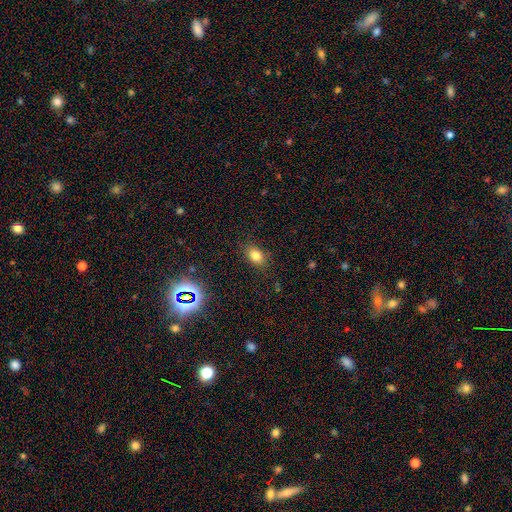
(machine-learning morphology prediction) Overall: smooth (78%). How rounded: in between (75%). Merging: none (83%).